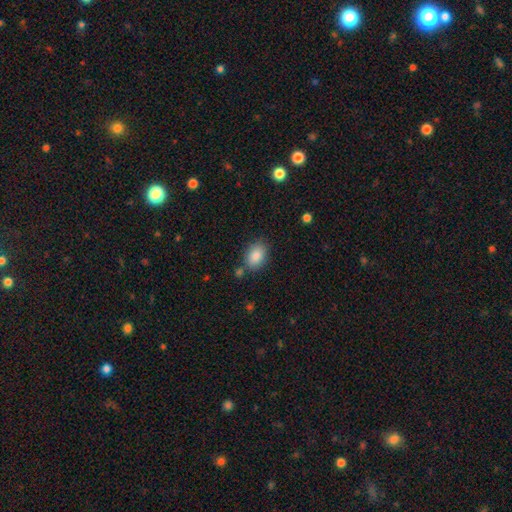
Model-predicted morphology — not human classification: smooth-or-featured: smooth: 87% | star or artifact: 8% | featured or disk: 6%
  how-rounded: in between: 84% | round: 15% | cigar-shaped: 1%
  merging: none: 75% | minor disturbance: 14% | merger: 7% | major disturbance: 4%